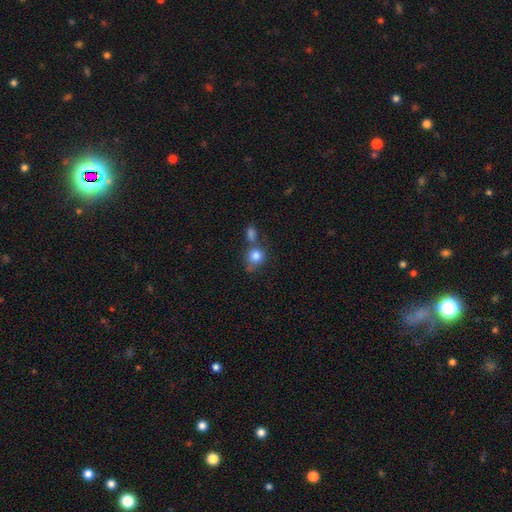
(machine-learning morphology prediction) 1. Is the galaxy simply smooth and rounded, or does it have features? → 82% smooth, 9% star or artifact, 8% featured or disk.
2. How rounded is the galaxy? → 73% round, 26% in between, 1% cigar-shaped.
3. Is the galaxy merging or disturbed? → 44% none, 35% merger, 15% minor disturbance, 7% major disturbance.